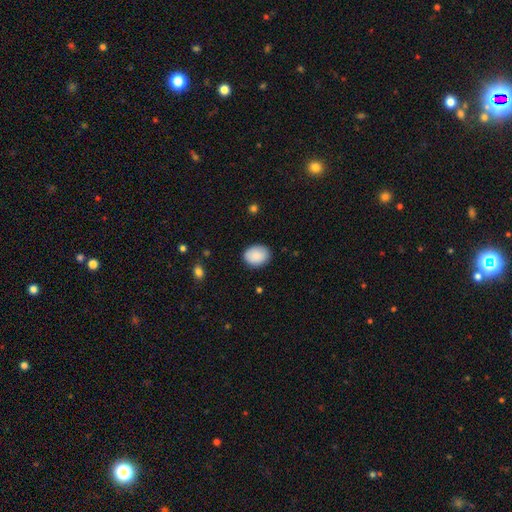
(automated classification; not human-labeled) Smooth or featured? smooth (90%)
How rounded? in between (58%)
Merging? none (85%)